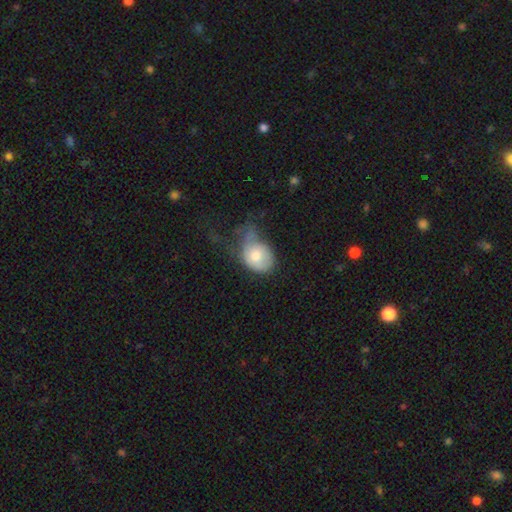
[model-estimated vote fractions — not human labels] The model was most divided on "merging": major disturbance: 44%, minor disturbance: 32%, none: 18%, merger: 5%. More confident: smooth or featured — smooth (70%); how rounded — in between (59%).